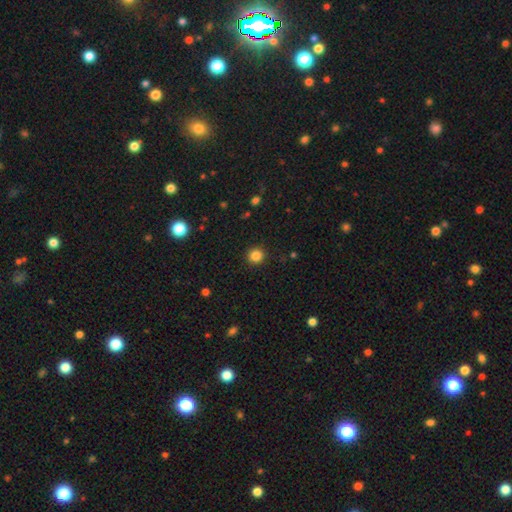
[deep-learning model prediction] The model was most divided on "smooth or featured": smooth: 84%, star or artifact: 12%, featured or disk: 4%. More confident: how rounded — round (94%); merging — none (92%).